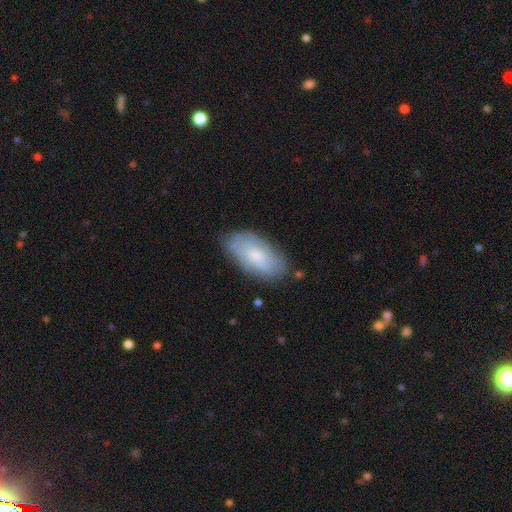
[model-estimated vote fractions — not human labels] Smooth or featured?
  - smooth: 52% *
  - featured or disk: 41%
  - star or artifact: 7%
How rounded?
  - in between: 92% *
  - cigar-shaped: 5%
  - round: 3%
Merging?
  - none: 74% *
  - minor disturbance: 20%
  - major disturbance: 5%
  - merger: 2%